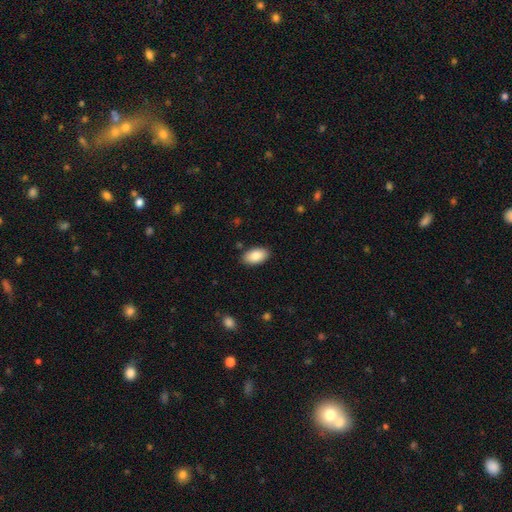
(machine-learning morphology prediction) Smooth or featured?
  - smooth: 87% *
  - featured or disk: 7%
  - star or artifact: 6%
How rounded?
  - in between: 95% *
  - round: 3%
  - cigar-shaped: 2%
Merging?
  - none: 87% *
  - minor disturbance: 10%
  - major disturbance: 2%
  - merger: 1%